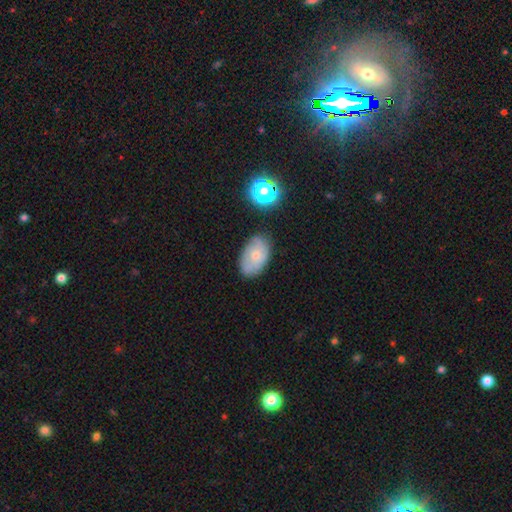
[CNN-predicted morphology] A smooth galaxy with no disk features (55%) that is in between round and cigar-shaped (88%).

Vote fractions:
- Smooth or featured? smooth: 55% / featured or disk: 36% / star or artifact: 9%
- How rounded? in between: 88% / round: 10% / cigar-shaped: 1%
- Merging? none: 71% / minor disturbance: 21% / major disturbance: 5% / merger: 3%